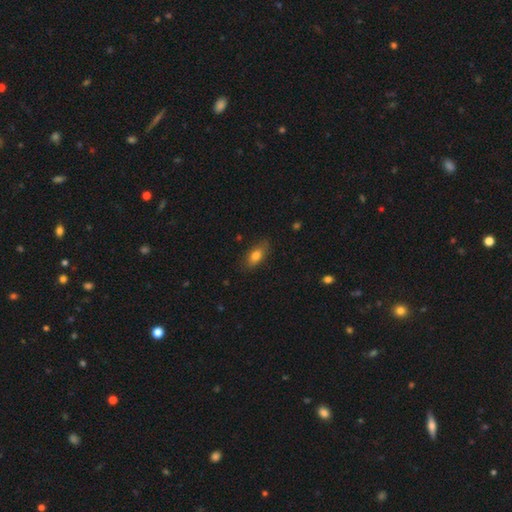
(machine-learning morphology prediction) type=smooth (80%); roundness=in between (85%); merging=none (81%).